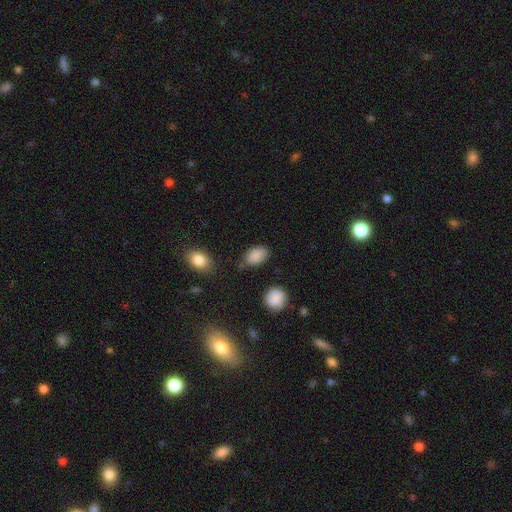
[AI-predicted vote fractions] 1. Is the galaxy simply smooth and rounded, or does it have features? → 88% smooth, 8% star or artifact, 4% featured or disk.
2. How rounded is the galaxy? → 89% in between, 9% round, 1% cigar-shaped.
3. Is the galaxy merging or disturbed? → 74% none, 18% minor disturbance, 4% major disturbance, 4% merger.